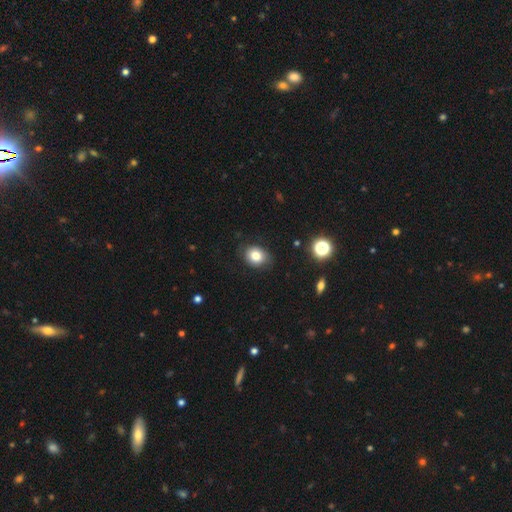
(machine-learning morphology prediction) smooth 81%, star or artifact 10%, featured or disk 8%. Down the decision tree: how rounded — in between (50%); merging — none (81%).